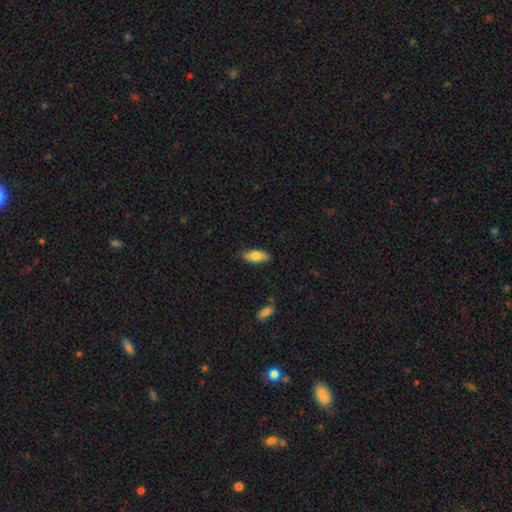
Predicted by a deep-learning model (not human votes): smooth_or_featured: smooth (p=0.78) [alt: featured or disk p=0.16]
how_rounded: in between (p=0.82) [alt: cigar-shaped p=0.16]
merging: none (p=0.83) [alt: minor disturbance p=0.14]